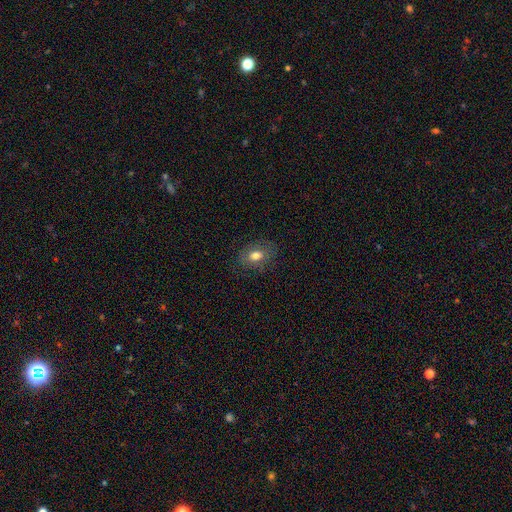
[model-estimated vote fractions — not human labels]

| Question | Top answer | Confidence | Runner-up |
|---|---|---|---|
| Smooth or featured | smooth | 73% | featured or disk (17%) |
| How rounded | in between | 74% | round (24%) |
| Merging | none | 80% | minor disturbance (14%) |